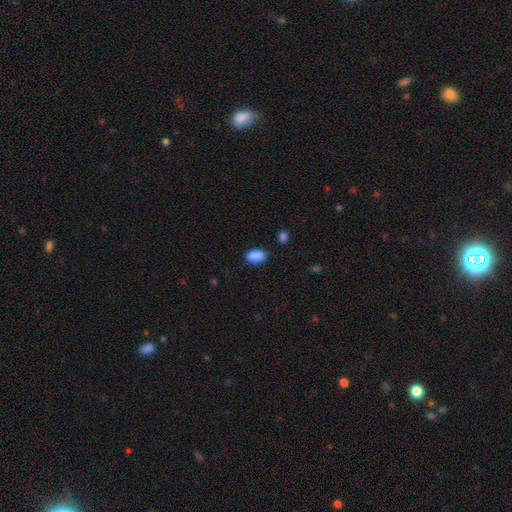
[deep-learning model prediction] Q: Smooth or featured?
A: smooth (88%); runner-up: star or artifact (8%)
Q: How rounded?
A: in between (90%); runner-up: round (8%)
Q: Merging?
A: none (74%); runner-up: minor disturbance (18%)